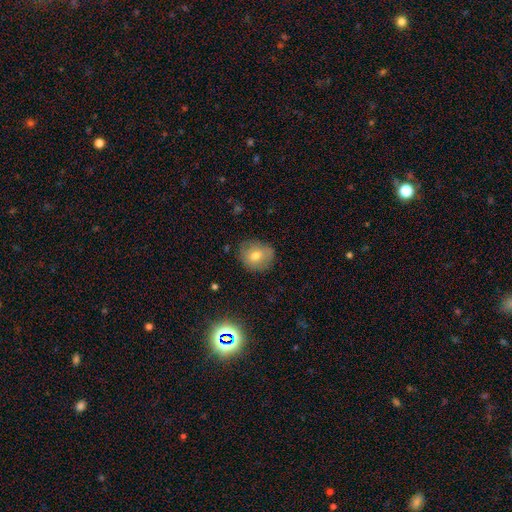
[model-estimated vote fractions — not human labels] smooth_or_featured: smooth (p=0.70) [alt: featured or disk p=0.19]
how_rounded: round (p=0.73) [alt: in between p=0.26]
merging: none (p=0.77) [alt: minor disturbance p=0.18]